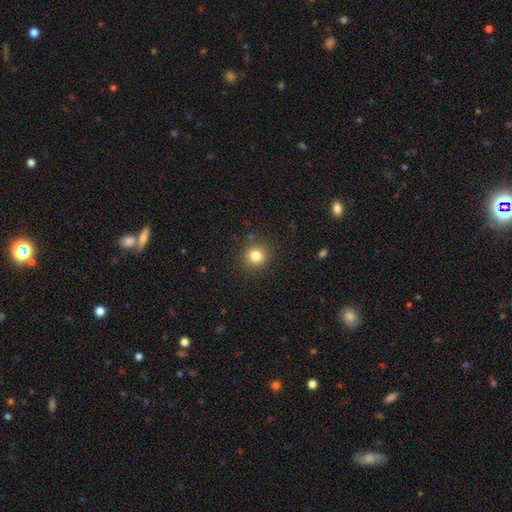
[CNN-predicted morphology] This appears to be a smooth galaxy with no disk features (81%) that is round (89%). Merging: none (87%).